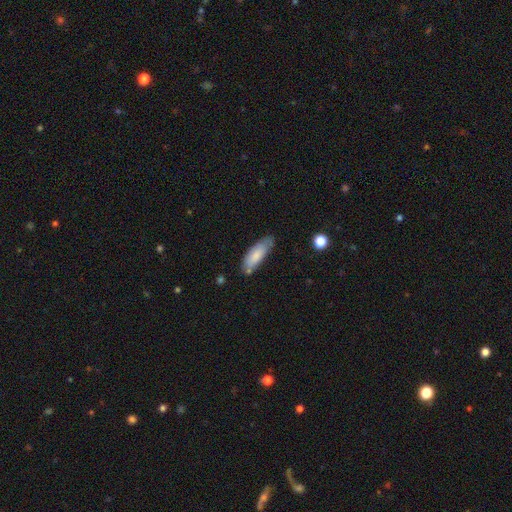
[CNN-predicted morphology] smooth_or_featured: smooth (p=0.77) [alt: featured or disk p=0.17]
how_rounded: in between (p=0.62) [alt: cigar-shaped p=0.36]
merging: none (p=0.65) [alt: minor disturbance p=0.25]